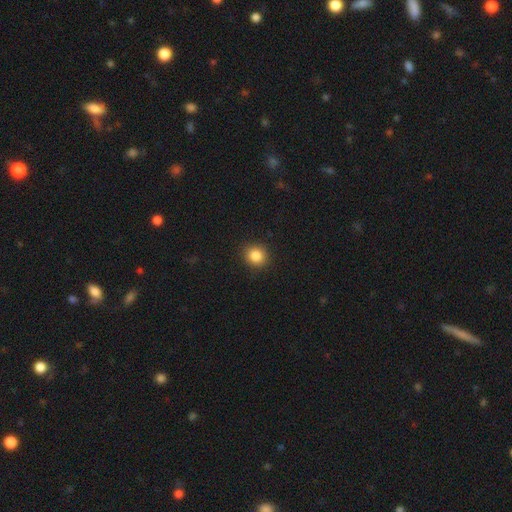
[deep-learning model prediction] Smooth or featured? Predicted: smooth (p=0.86). How rounded? Predicted: round (p=0.82). Merging? Predicted: none (p=0.90).